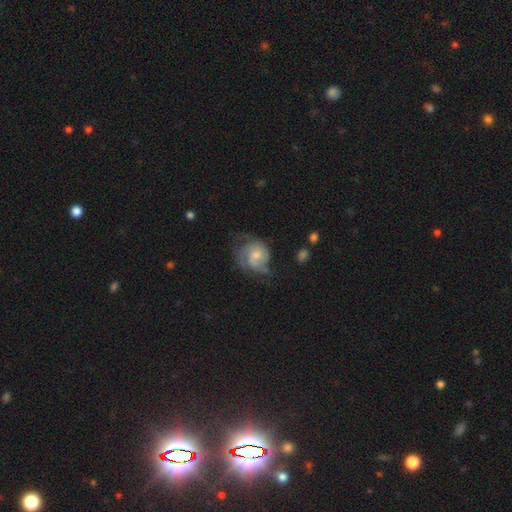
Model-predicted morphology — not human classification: Smooth or featured?
  - featured or disk: 68% *
  - smooth: 25%
  - star or artifact: 7%
Edge-on disk?
  - no: 98% *
  - yes: 2%
Bar?
  - no: 69% *
  - weak: 28%
  - strong: 3%
Spiral arms?
  - yes: 88% *
  - no: 12%
Spiral winding?
  - medium: 43% *
  - tight: 34%
  - loose: 23%
Spiral arm count?
  - 2: 35% *
  - can't tell: 24%
  - 3: 22%
  - 1: 11%
  - 4: 4%
  - more than 4: 3%
Bulge size?
  - moderate: 47% *
  - small: 43%
  - none: 5%
  - large: 4%
  - dominant: 1%
Merging?
  - none: 45% *
  - minor disturbance: 27%
  - major disturbance: 25%
  - merger: 3%